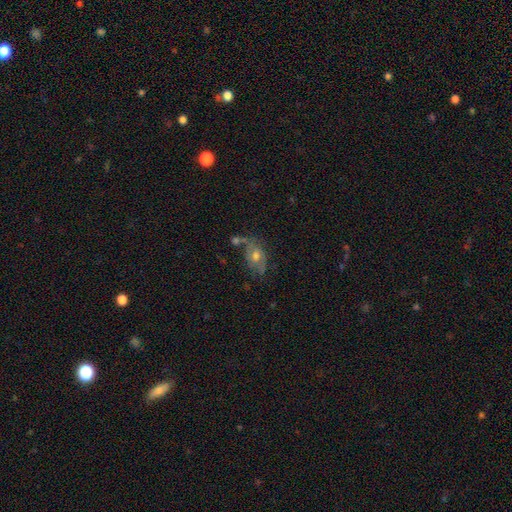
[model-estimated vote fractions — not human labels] Smooth or featured?
  - featured or disk: 52% *
  - smooth: 34%
  - star or artifact: 14%
Edge-on disk?
  - no: 92% *
  - yes: 8%
Merging?
  - none: 48% *
  - minor disturbance: 23%
  - merger: 16%
  - major disturbance: 13%